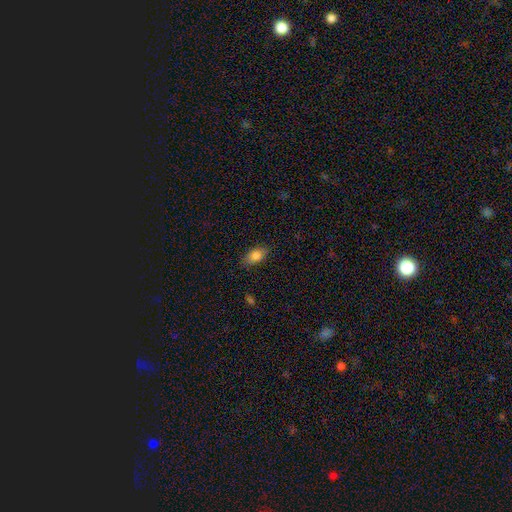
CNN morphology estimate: A smooth galaxy with no disk features (82%) that is in between round and cigar-shaped (89%).

Vote fractions:
- Smooth or featured? smooth: 82% / featured or disk: 10% / star or artifact: 8%
- How rounded? in between: 89% / round: 7% / cigar-shaped: 4%
- Merging? none: 84% / minor disturbance: 12% / major disturbance: 3% / merger: 1%